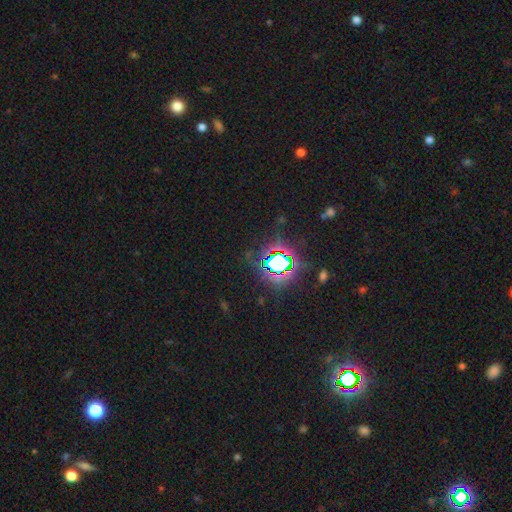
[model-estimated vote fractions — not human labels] This is clearly a star or artifact rather than a galaxy (84%).